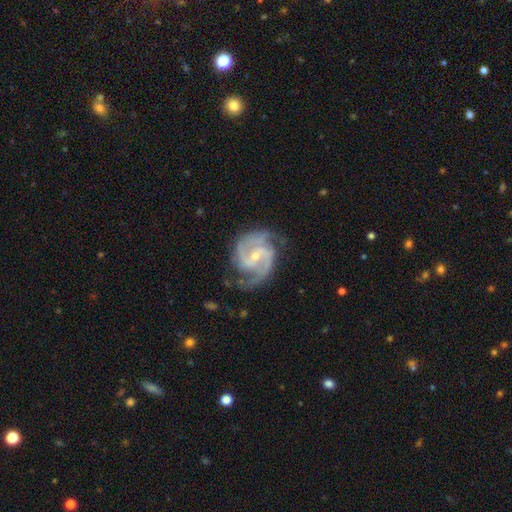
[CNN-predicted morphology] Smooth or featured?
  - featured or disk: 93% *
  - star or artifact: 4%
  - smooth: 3%
Edge-on disk?
  - no: 98% *
  - yes: 2%
Bar?
  - weak: 46% *
  - no: 35%
  - strong: 19%
Spiral arms?
  - yes: 98% *
  - no: 2%
Spiral winding?
  - medium: 58% *
  - tight: 31%
  - loose: 11%
Spiral arm count?
  - 2: 71% *
  - 3: 17%
  - can't tell: 4%
  - 4: 3%
  - 1: 3%
  - more than 4: 2%
Bulge size?
  - small: 67% *
  - moderate: 30%
  - none: 1%
  - large: 1%
  - dominant: 1%
Merging?
  - none: 72% *
  - minor disturbance: 19%
  - major disturbance: 7%
  - merger: 1%